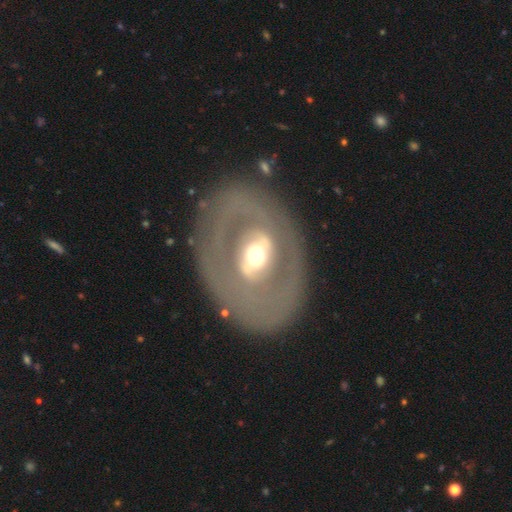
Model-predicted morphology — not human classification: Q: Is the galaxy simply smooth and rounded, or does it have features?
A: featured or disk — 74%.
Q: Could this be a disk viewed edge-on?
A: no — 90%.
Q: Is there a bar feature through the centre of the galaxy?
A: strong — 44%.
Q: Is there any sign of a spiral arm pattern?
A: no — 71%.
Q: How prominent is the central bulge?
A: moderate — 65%.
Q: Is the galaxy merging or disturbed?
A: none — 79%.